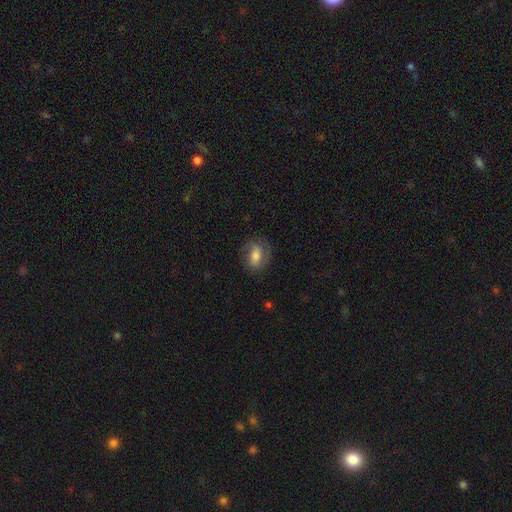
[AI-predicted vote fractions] This appears to be a smooth galaxy with no disk features (52%) that is in between round and cigar-shaped (73%). Merging: none (69%).